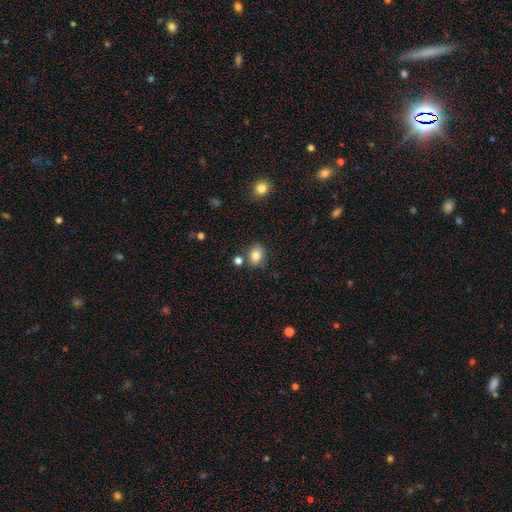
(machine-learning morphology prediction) Overall: smooth (82%). How rounded: in between (56%; round 43%). Merging: none (74%).